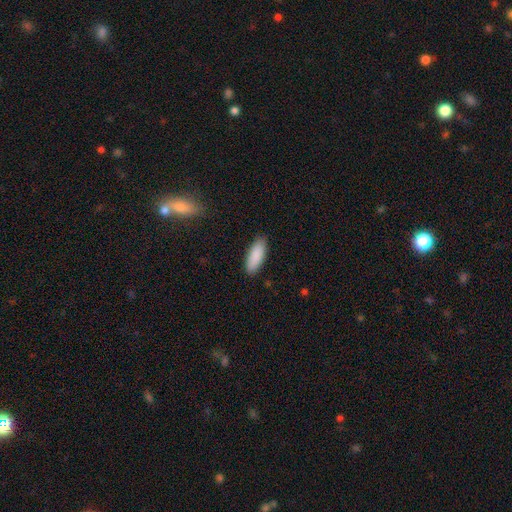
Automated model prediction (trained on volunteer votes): Morphology: type=smooth (90%); roundness=in between (74%); merging=none (88%).